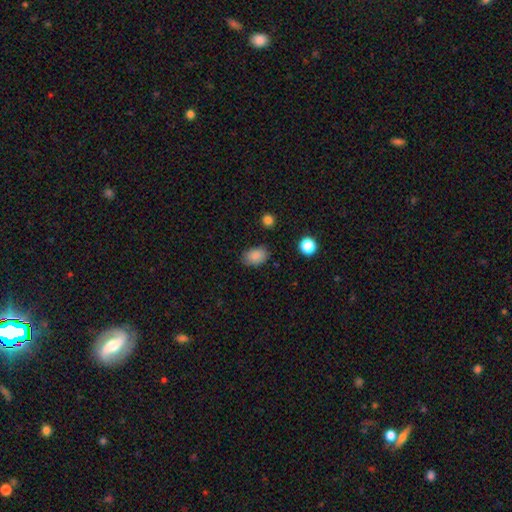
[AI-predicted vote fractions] Smooth or featured: smooth — 86% (star or artifact — 9%)
How rounded: in between — 85% (round — 14%)
Merging: none — 81% (minor disturbance — 14%)